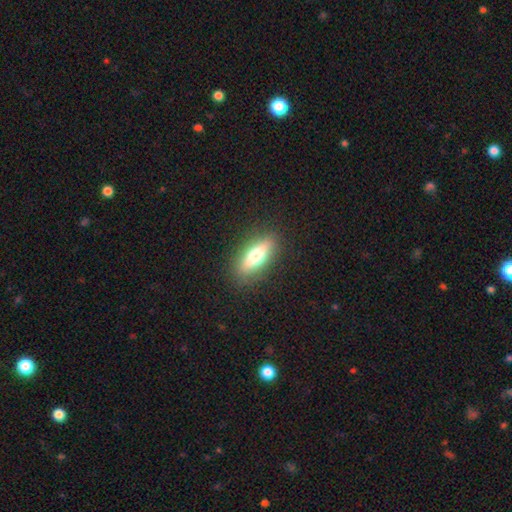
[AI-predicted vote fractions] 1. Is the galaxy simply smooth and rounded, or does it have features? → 56% smooth, 36% featured or disk, 8% star or artifact.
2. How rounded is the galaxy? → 56% in between, 39% cigar-shaped, 5% round.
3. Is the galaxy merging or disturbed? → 88% none, 9% minor disturbance, 3% major disturbance, 1% merger.